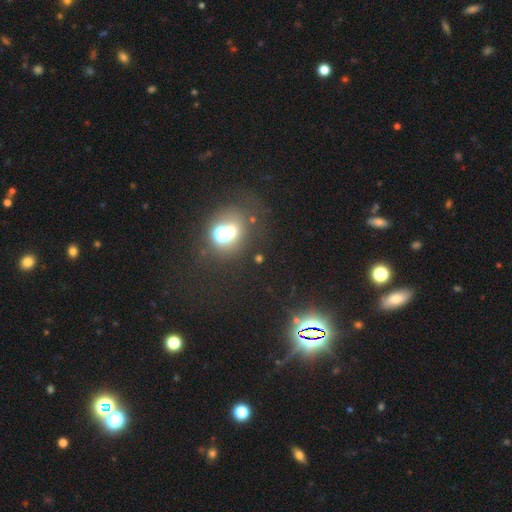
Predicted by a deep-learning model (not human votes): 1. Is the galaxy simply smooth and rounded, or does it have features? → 50% star or artifact, 40% smooth, 10% featured or disk.